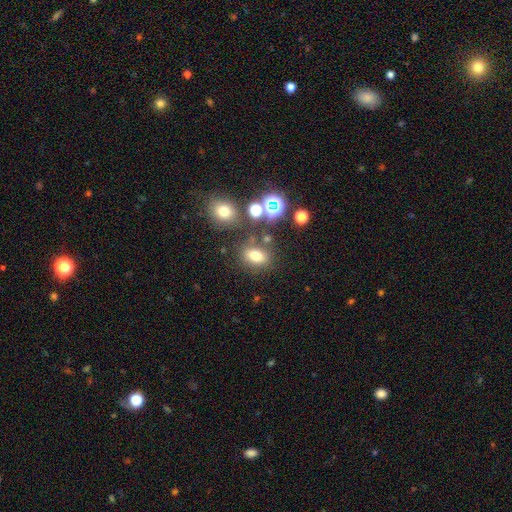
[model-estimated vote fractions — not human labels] smooth-or-featured: smooth: 70% | star or artifact: 20% | featured or disk: 10%
  how-rounded: in between: 72% | round: 25% | cigar-shaped: 3%
  merging: none: 71% | minor disturbance: 13% | merger: 11% | major disturbance: 6%